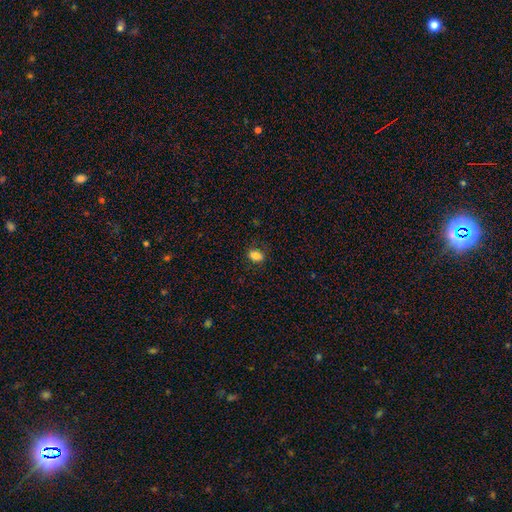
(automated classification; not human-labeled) This is clearly a smooth galaxy (84%). How rounded: likely in between (73%). Merging: clearly none (86%).